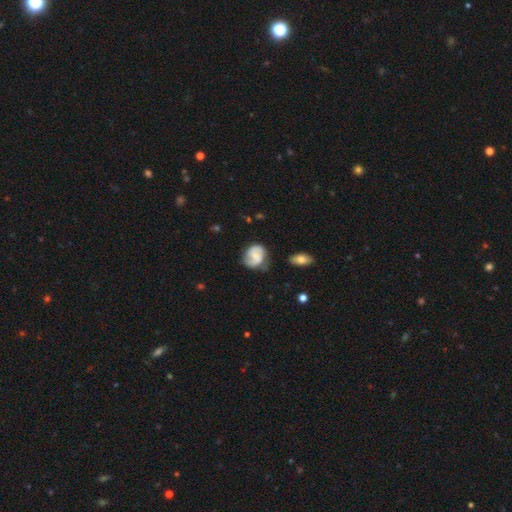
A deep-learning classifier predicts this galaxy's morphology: type=featured or disk (55%); edge-on=no (97%); bar=no (47%); spiral arms=yes (87%); bulge=small (40%); merging=none (60%).